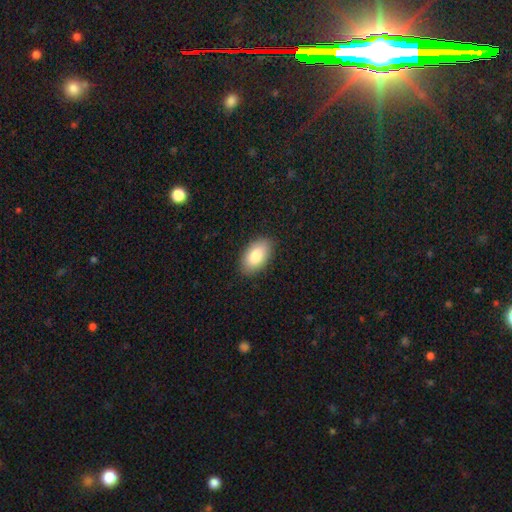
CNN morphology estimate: This appears to be a smooth galaxy with no disk features (84%) that is in between round and cigar-shaped (94%). Merging: none (88%).